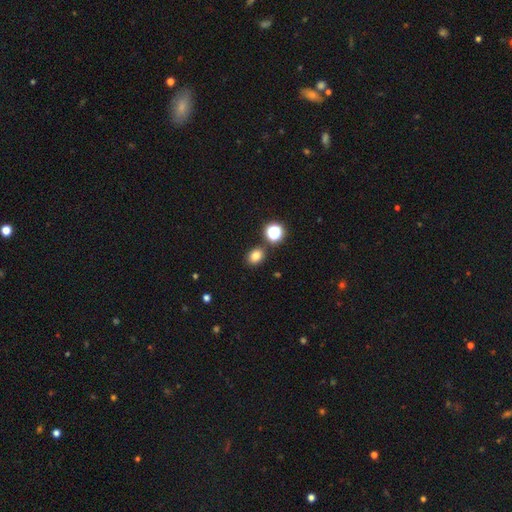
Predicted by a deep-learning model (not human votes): Overall: smooth (78%). How rounded: in between (53%; round 46%). Merging: none (82%).